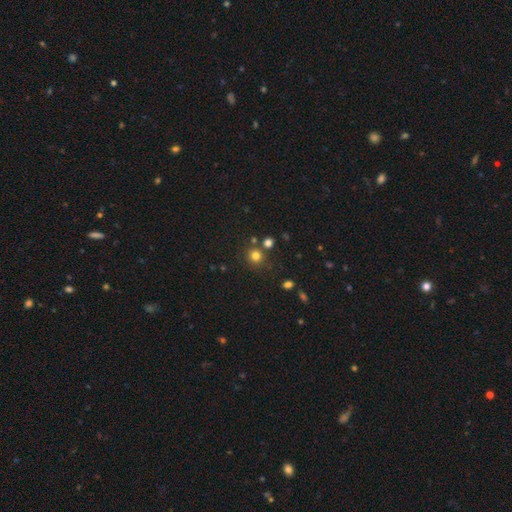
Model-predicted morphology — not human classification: Q: Smooth or featured?
A: smooth (78%); runner-up: star or artifact (16%)
Q: How rounded?
A: round (89%); runner-up: in between (11%)
Q: Merging?
A: none (74%); runner-up: merger (12%)